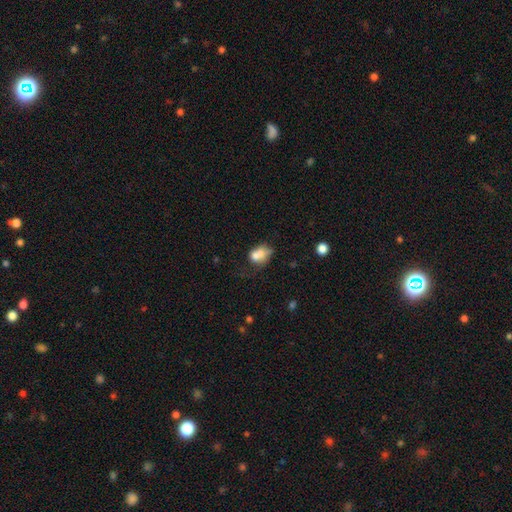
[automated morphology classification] type=smooth (69%); roundness=in between (61%); merging=merger (41%).